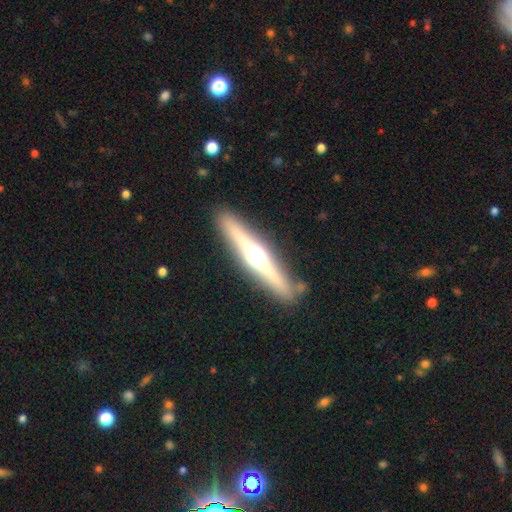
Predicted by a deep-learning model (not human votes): Smooth or featured? featured or disk (73%)
Edge-on disk? yes (97%)
Edge-on bulge? rounded (90%)
Merging? none (89%)